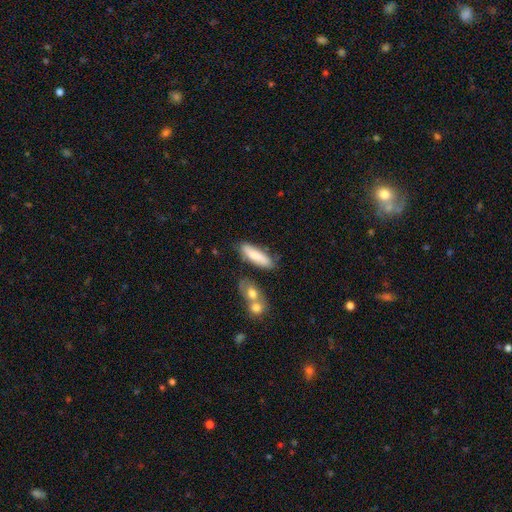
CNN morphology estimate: A smooth galaxy with no disk features (79%) that is cigar-shaped (54%). Merging: none (70%).